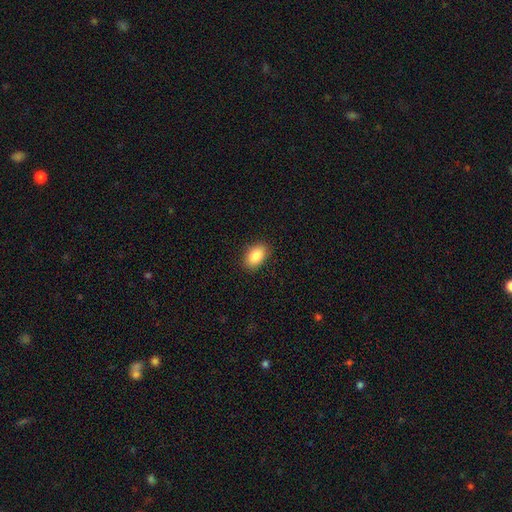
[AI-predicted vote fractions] smooth 87%, star or artifact 7%, featured or disk 6%. Down the decision tree: how rounded — in between (89%); merging — none (89%).